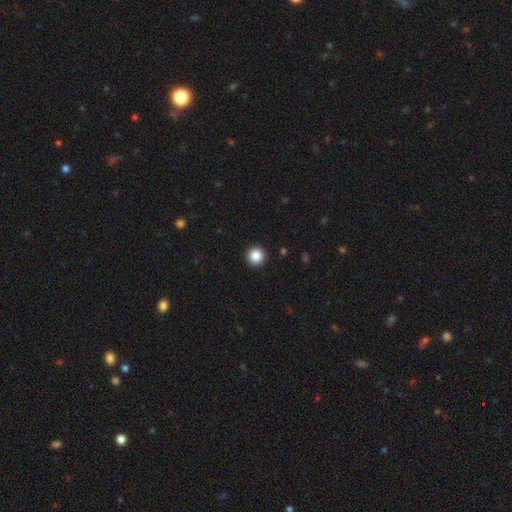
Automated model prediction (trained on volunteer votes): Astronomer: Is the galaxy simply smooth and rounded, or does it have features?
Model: smooth — 87%.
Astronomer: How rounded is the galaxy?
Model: round — 96%.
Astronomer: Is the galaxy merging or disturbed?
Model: none — 93%.